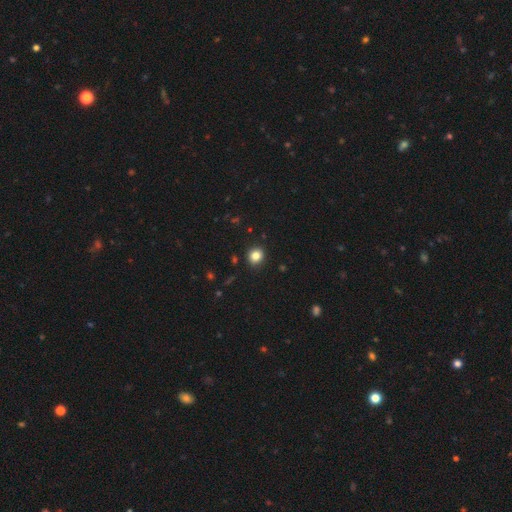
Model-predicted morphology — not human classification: Overall: smooth (84%). How rounded: round (78%). Merging: none (91%).